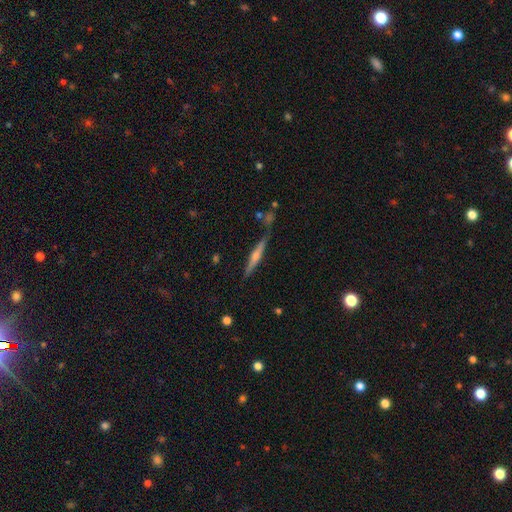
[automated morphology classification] A featured or disk galaxy (72%) viewed edge-on (97%) with a rounded central bulge (74%).

Vote fractions:
- Smooth or featured? featured or disk: 72% / smooth: 21% / star or artifact: 8%
- Edge-on disk? yes: 97% / no: 3%
- Edge-on bulge? rounded: 74% / none: 15% / boxy: 11%
- Merging? none: 80% / minor disturbance: 12% / merger: 5% / major disturbance: 3%